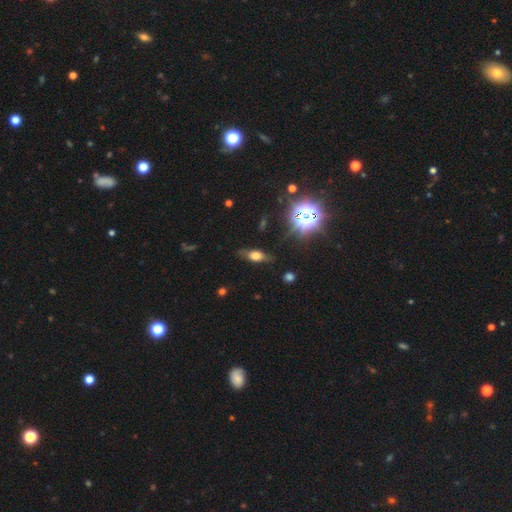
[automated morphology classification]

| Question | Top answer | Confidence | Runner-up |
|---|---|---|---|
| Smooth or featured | smooth | 51% | featured or disk (32%) |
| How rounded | in between | 68% | cigar-shaped (23%) |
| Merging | none | 73% | minor disturbance (19%) |